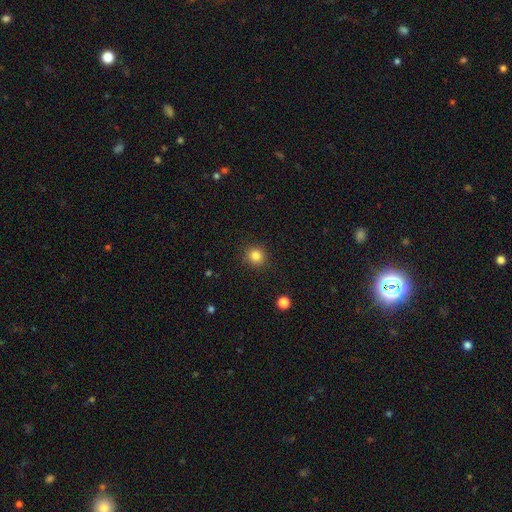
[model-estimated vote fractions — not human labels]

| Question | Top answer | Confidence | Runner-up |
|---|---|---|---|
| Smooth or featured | smooth | 84% | star or artifact (12%) |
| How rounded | round | 90% | in between (9%) |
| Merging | none | 90% | minor disturbance (7%) |